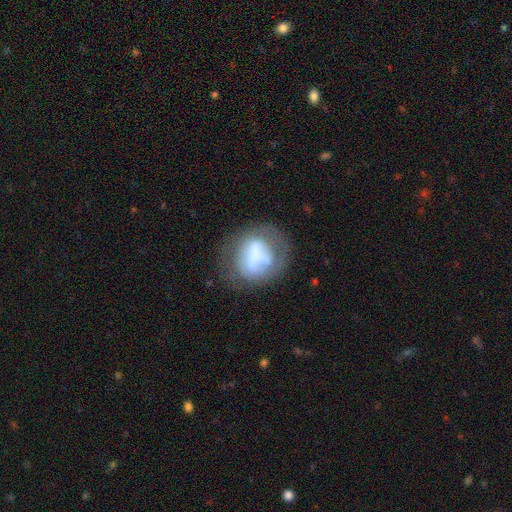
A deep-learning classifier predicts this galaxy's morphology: smooth-or-featured: featured or disk: 46% | smooth: 44% | star or artifact: 10%
  merging: none: 47% | major disturbance: 25% | minor disturbance: 23% | merger: 5%